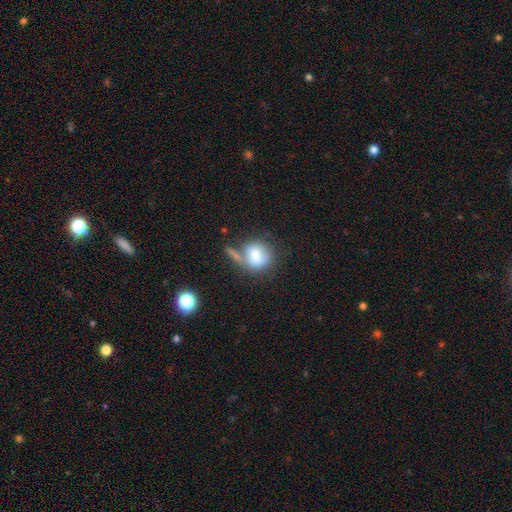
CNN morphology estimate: Smooth or featured: smooth — 73% (featured or disk — 18%)
How rounded: round — 76% (in between — 23%)
Merging: none — 43% (merger — 24%)